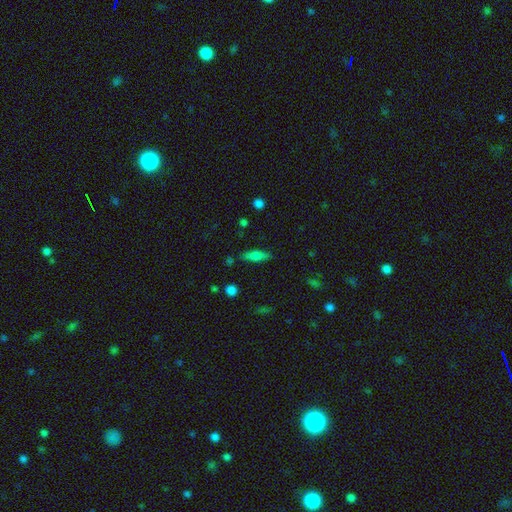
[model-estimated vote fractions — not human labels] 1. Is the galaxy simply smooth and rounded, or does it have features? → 67% smooth, 25% featured or disk, 8% star or artifact.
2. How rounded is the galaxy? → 50% cigar-shaped, 47% in between, 3% round.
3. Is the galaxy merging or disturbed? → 81% none, 13% minor disturbance, 3% major disturbance, 3% merger.